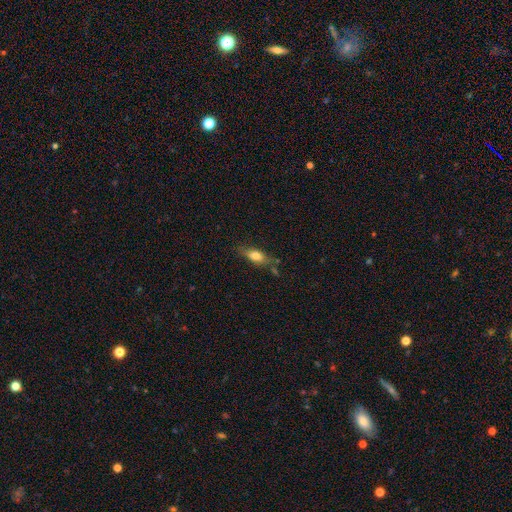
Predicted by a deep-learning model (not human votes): A smooth galaxy with no disk features (67%) that is in between round and cigar-shaped (66%). Merging: none (66%).